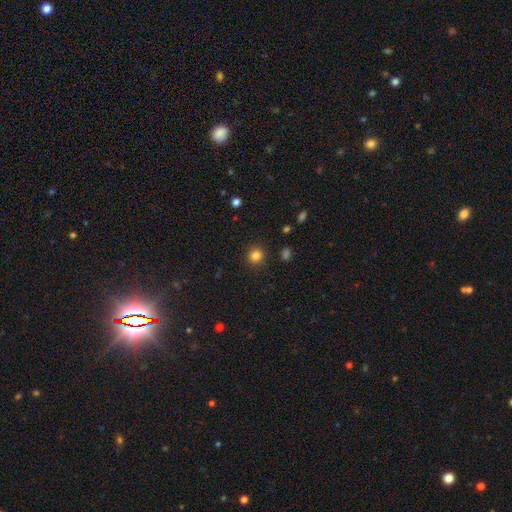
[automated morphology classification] smooth-or-featured: smooth: 82% | star or artifact: 13% | featured or disk: 5%
  how-rounded: round: 92% | in between: 7% | cigar-shaped: 1%
  merging: none: 91% | minor disturbance: 6% | major disturbance: 2% | merger: 1%